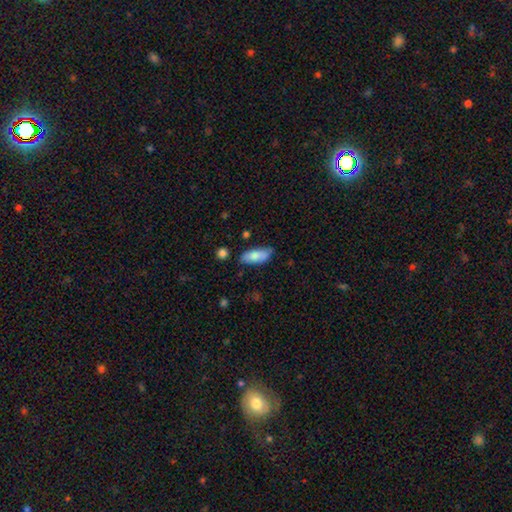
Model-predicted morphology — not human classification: Smooth or featured? Predicted: smooth (p=0.80). How rounded? Predicted: in between (p=0.79). Merging? Predicted: none (p=0.71).